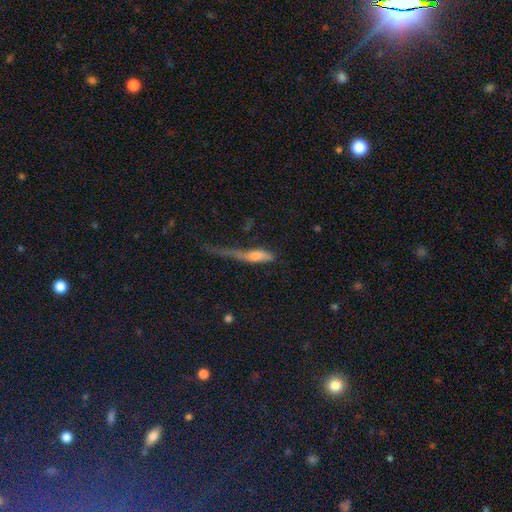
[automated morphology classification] type=smooth (50%); roundness=cigar-shaped (75%); merging=major disturbance (43%).